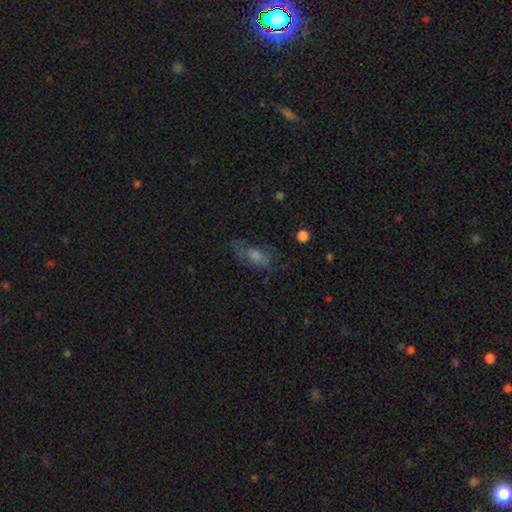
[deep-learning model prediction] Smooth or featured? Predicted: smooth (p=0.48). Merging? Predicted: none (p=0.66).